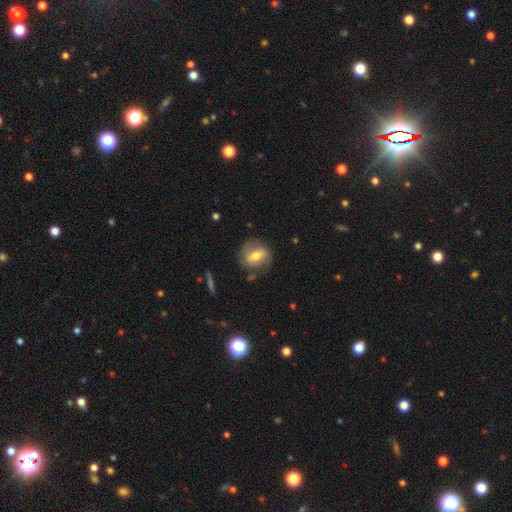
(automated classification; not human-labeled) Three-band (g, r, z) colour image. It shows a smooth galaxy with no disk features (47%). Merging: none (73%).